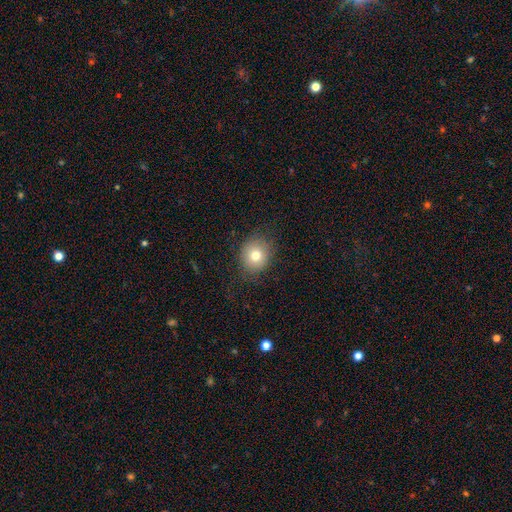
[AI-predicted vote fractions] The model was most divided on "how rounded": round: 78%, in between: 21%, cigar-shaped: 1%. More confident: merging — none (82%); smooth or featured — smooth (77%).